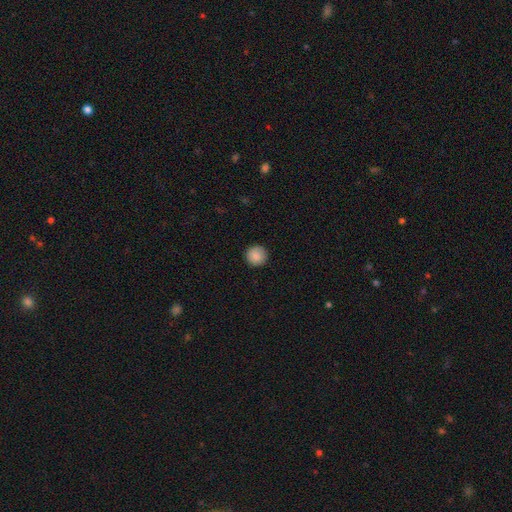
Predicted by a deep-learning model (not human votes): smooth_or_featured: smooth (p=0.87) [alt: star or artifact p=0.08]
how_rounded: round (p=0.96) [alt: in between p=0.03]
merging: none (p=0.91) [alt: minor disturbance p=0.06]